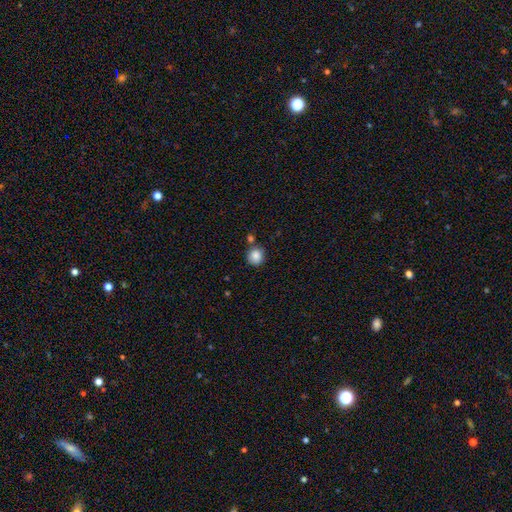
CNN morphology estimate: smooth_or_featured: smooth (p=0.86) [alt: star or artifact p=0.09]
how_rounded: round (p=0.82) [alt: in between p=0.17]
merging: none (p=0.72) [alt: minor disturbance p=0.14]